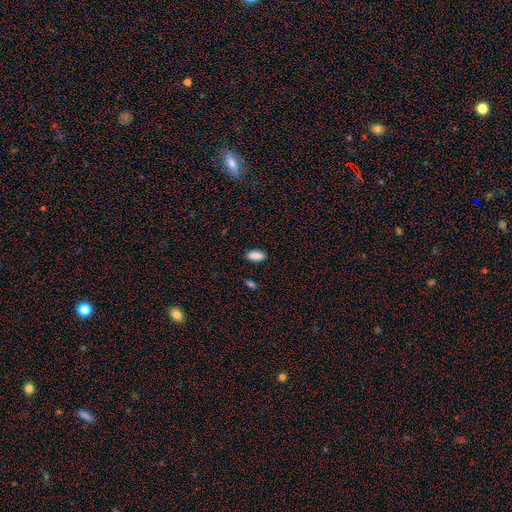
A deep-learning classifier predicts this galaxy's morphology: The model was most divided on "merging": none: 86%, minor disturbance: 10%, major disturbance: 2%, merger: 2%. More confident: smooth or featured — smooth (89%); how rounded — in between (88%).